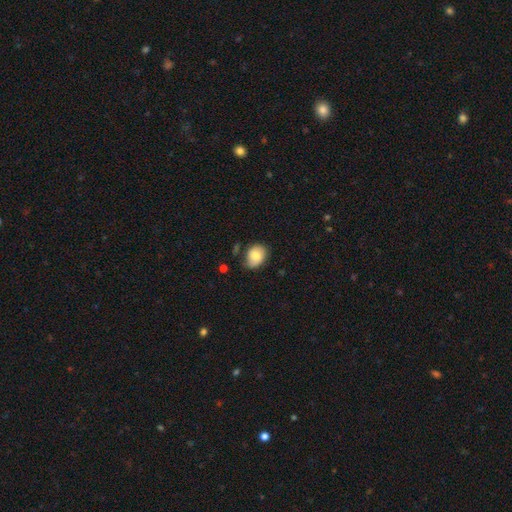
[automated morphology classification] This appears to be a smooth galaxy with no disk features (73%) that is in between round and cigar-shaped (59%). Merging: none (60%).